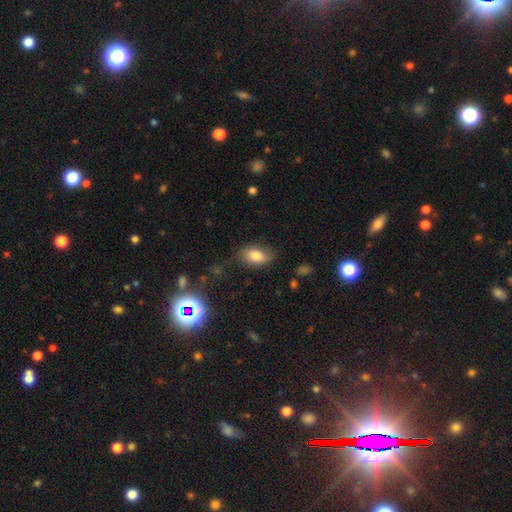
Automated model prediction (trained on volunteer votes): A smooth galaxy with no disk features (76%) that is in between round and cigar-shaped (90%).

Vote fractions:
- Smooth or featured? smooth: 76% / featured or disk: 15% / star or artifact: 9%
- How rounded? in between: 90% / round: 7% / cigar-shaped: 3%
- Merging? none: 71% / minor disturbance: 21% / major disturbance: 6% / merger: 2%